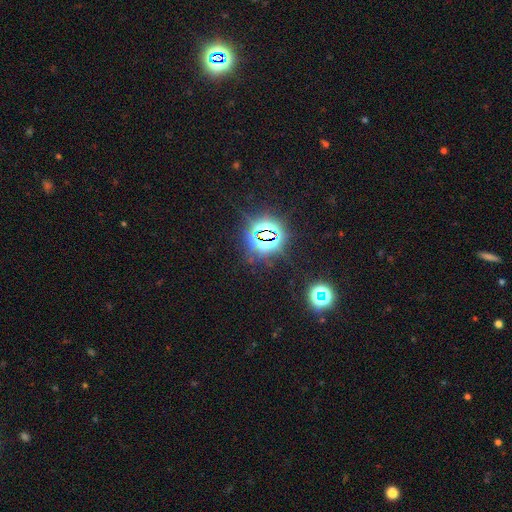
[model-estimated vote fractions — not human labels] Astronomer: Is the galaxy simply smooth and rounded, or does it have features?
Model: star or artifact — 81%.